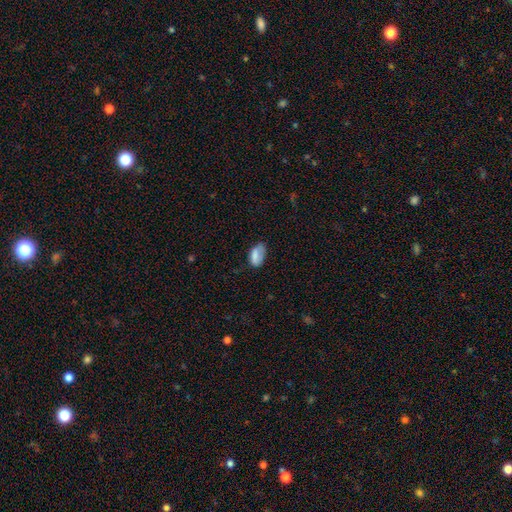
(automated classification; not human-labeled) smooth 76%, featured or disk 16%, star or artifact 8%. Down the decision tree: how rounded — in between (91%); merging — none (53%).